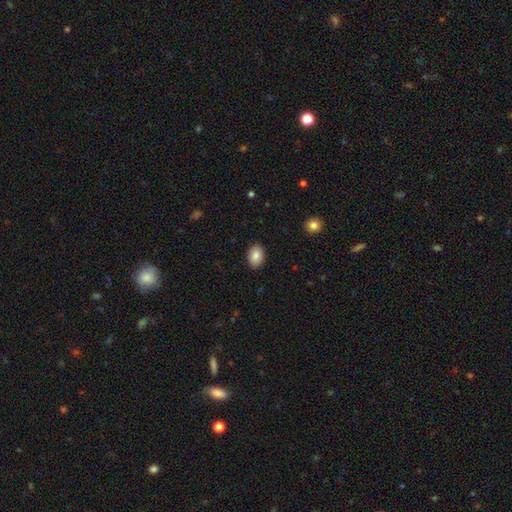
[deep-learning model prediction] smooth 87%, star or artifact 7%, featured or disk 6%. Down the decision tree: how rounded — in between (80%); merging — none (90%).